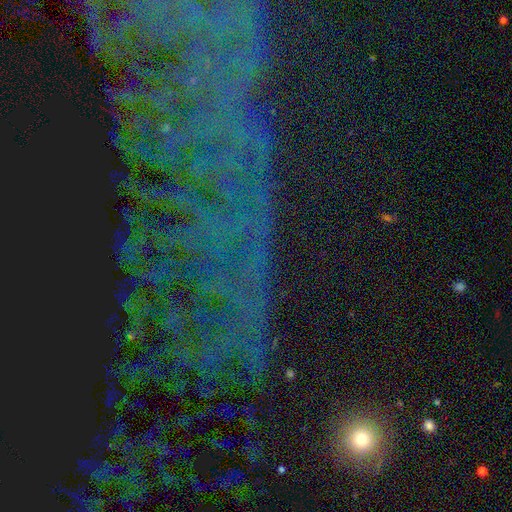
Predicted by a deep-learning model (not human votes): A star or artifact, not a galaxy (60%).

Vote fractions:
- Smooth or featured? star or artifact: 60% / featured or disk: 24% / smooth: 16%